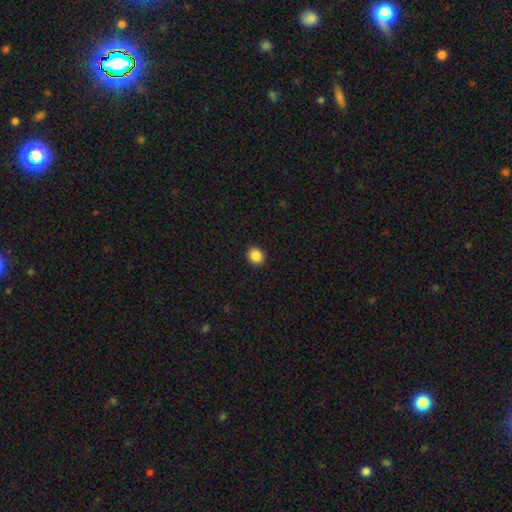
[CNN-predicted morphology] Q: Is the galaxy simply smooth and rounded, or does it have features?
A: smooth — 87%.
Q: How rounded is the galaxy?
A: round — 77%.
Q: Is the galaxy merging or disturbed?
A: none — 92%.